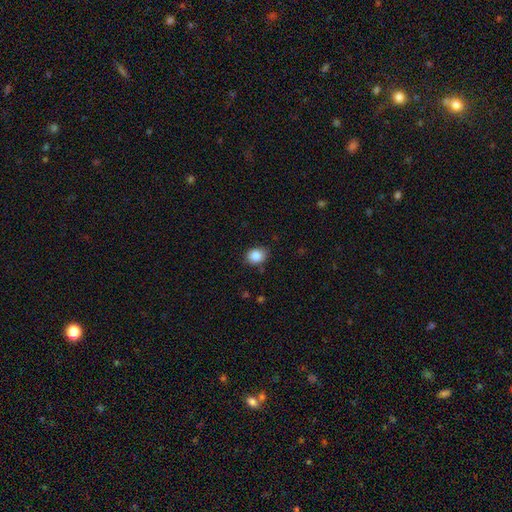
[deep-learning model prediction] Smooth or featured? smooth (87%)
How rounded? in between (51%)
Merging? none (82%)